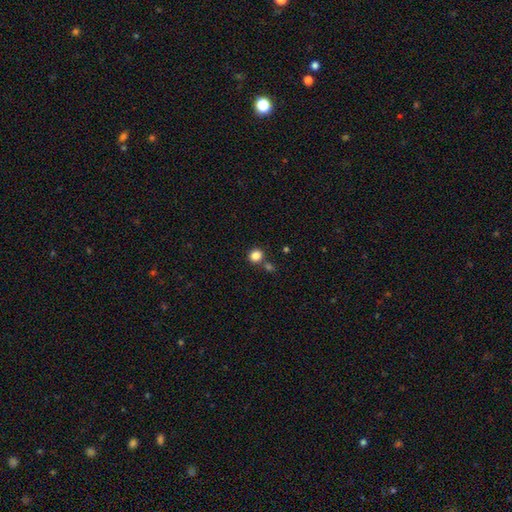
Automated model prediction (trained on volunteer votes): Smooth or featured? Predicted: smooth (p=0.85). How rounded? Predicted: round (p=0.72). Merging? Predicted: none (p=0.73).